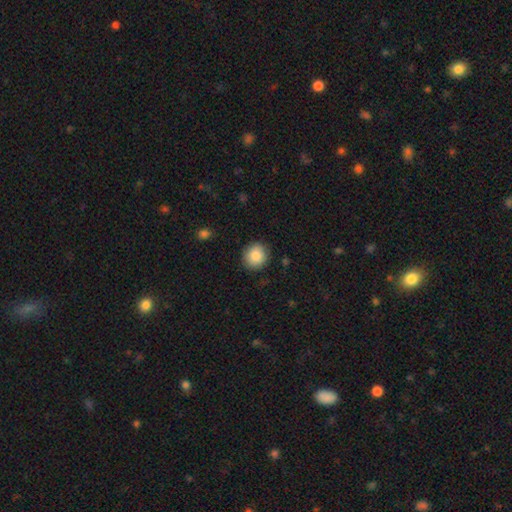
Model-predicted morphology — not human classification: smooth 86%, star or artifact 8%, featured or disk 7%. Down the decision tree: how rounded — round (86%); merging — none (88%).